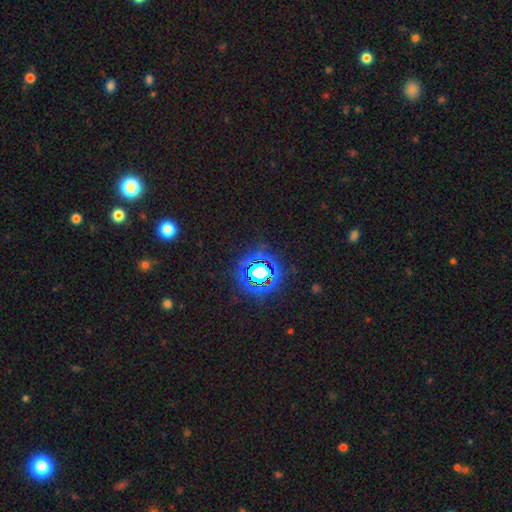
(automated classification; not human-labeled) The model was most divided on "smooth or featured": star or artifact: 80%, smooth: 13%, featured or disk: 7%.